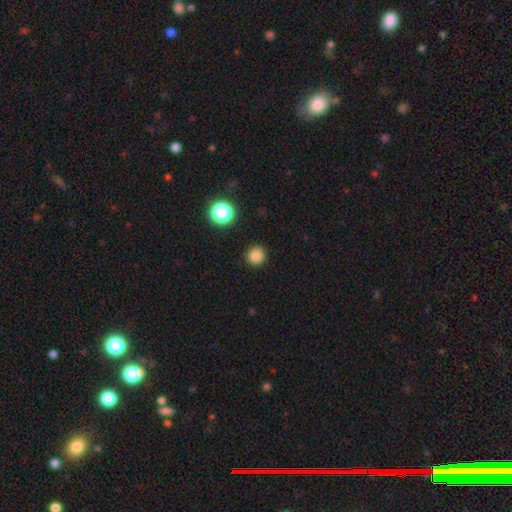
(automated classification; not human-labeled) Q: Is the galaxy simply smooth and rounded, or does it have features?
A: smooth — 83%.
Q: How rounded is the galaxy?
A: round — 92%.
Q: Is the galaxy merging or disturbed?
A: none — 91%.